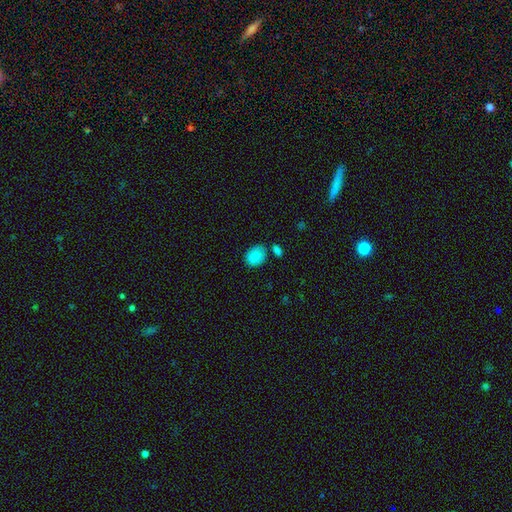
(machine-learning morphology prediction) This appears to be a smooth galaxy with no disk features (79%) that is in between round and cigar-shaped (52%). Merging: none (74%).